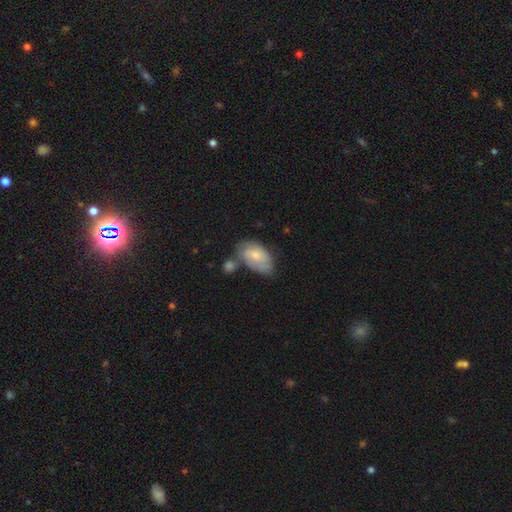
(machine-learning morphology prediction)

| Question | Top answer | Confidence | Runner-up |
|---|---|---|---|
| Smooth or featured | smooth | 59% | featured or disk (35%) |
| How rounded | in between | 91% | round (7%) |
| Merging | none | 41% | merger (25%) |